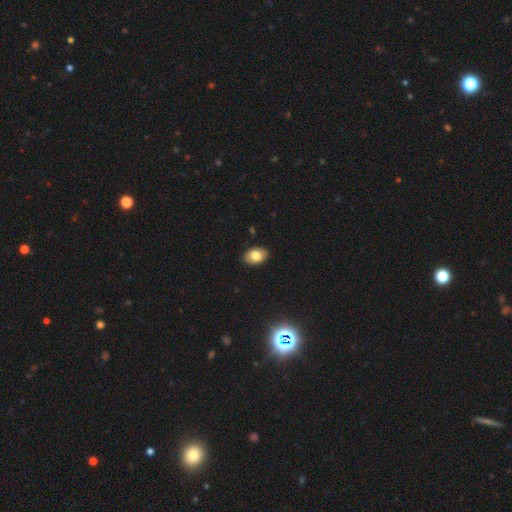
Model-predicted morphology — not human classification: Smooth or featured? smooth (79%)
How rounded? in between (86%)
Merging? none (89%)